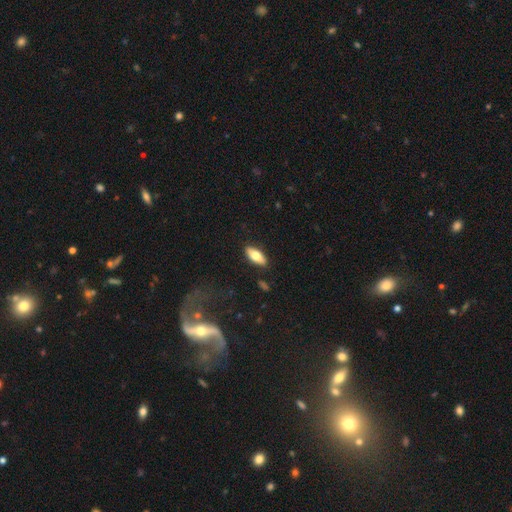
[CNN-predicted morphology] Smooth or featured?
  - smooth: 70% *
  - featured or disk: 23%
  - star or artifact: 6%
How rounded?
  - in between: 81% *
  - cigar-shaped: 16%
  - round: 3%
Merging?
  - none: 87% *
  - minor disturbance: 9%
  - major disturbance: 2%
  - merger: 1%